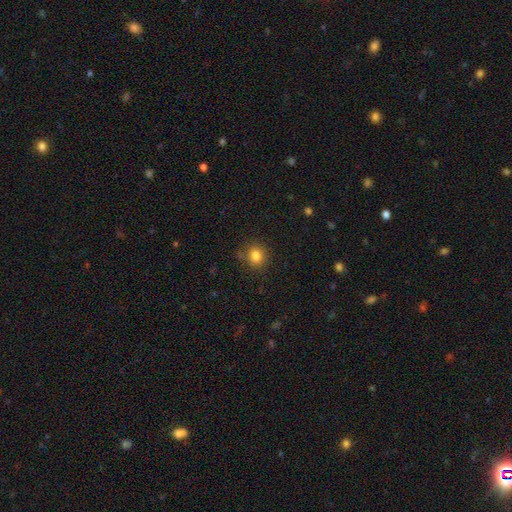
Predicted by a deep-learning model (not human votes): smooth_or_featured: smooth (p=0.82) [alt: star or artifact p=0.12]
how_rounded: round (p=0.80) [alt: in between p=0.19]
merging: none (p=0.81) [alt: minor disturbance p=0.13]